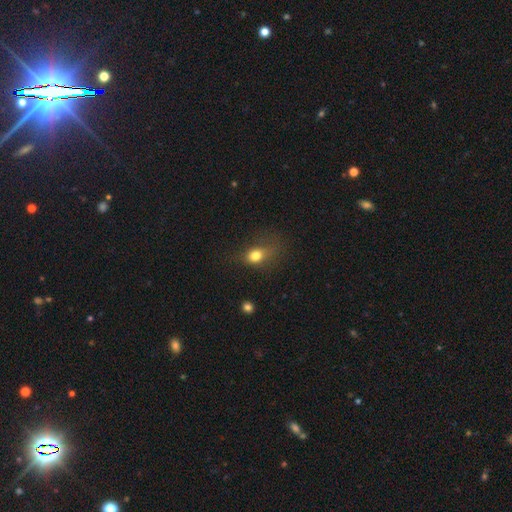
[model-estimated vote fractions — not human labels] Smooth or featured? Predicted: smooth (p=0.76). How rounded? Predicted: in between (p=0.60). Merging? Predicted: none (p=0.46).